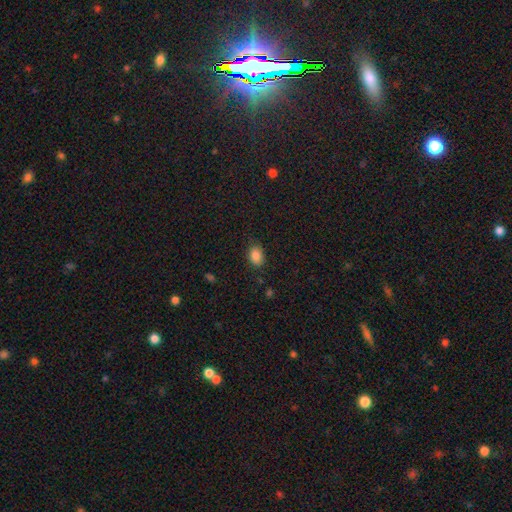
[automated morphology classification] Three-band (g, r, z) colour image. It shows a smooth galaxy with no disk features (86%) that is in between round and cigar-shaped (79%). Merging: none (81%).